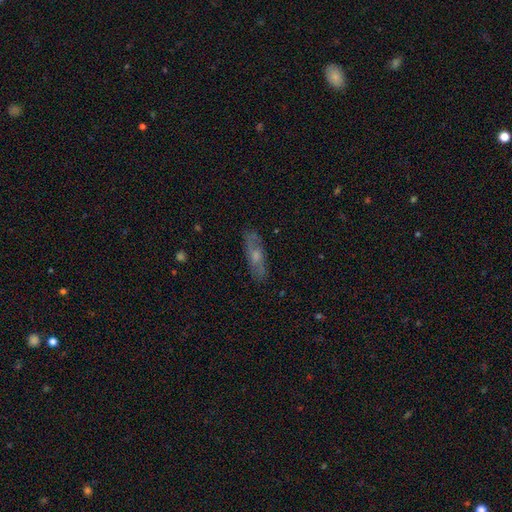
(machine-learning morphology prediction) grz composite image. It shows a featured or disk galaxy (51%). Merging: none (80%).